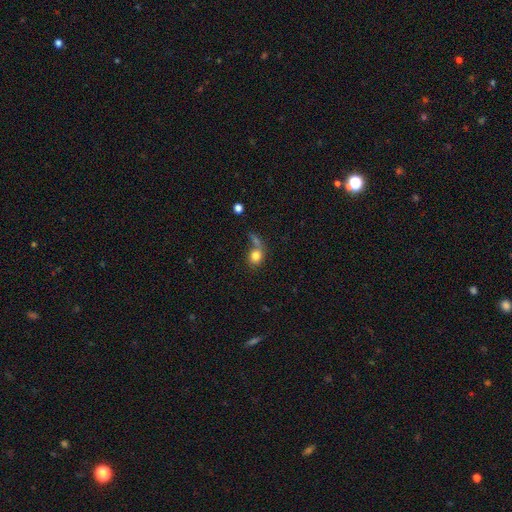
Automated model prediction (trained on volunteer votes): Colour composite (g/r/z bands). It shows a smooth galaxy with no disk features (78%) that is round (63%). Merging: none (37%).